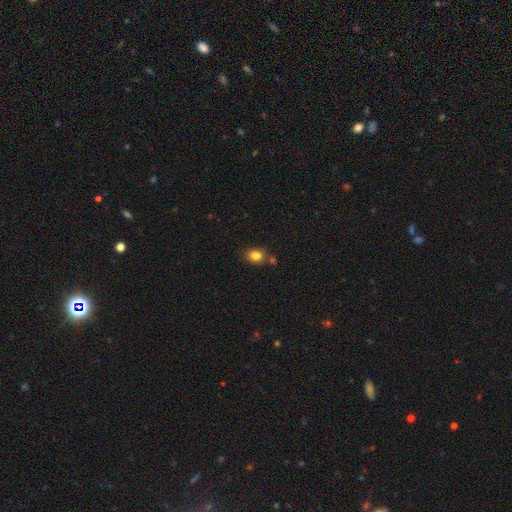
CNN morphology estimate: smooth 82%, star or artifact 11%, featured or disk 7%. Down the decision tree: how rounded — in between (55%); merging — none (65%).